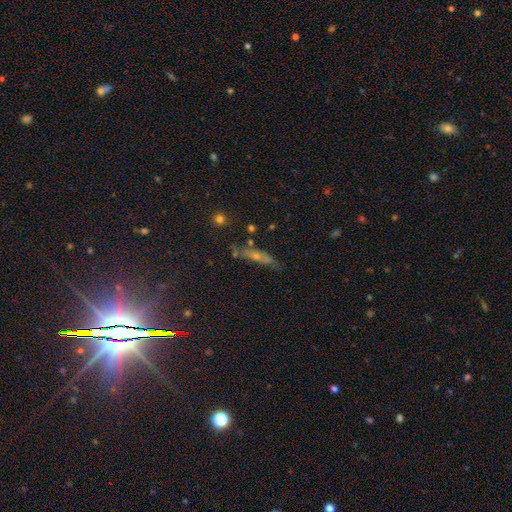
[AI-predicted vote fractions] featured or disk 38%, smooth 33%, star or artifact 29%. Down the decision tree: merging — none (67%).